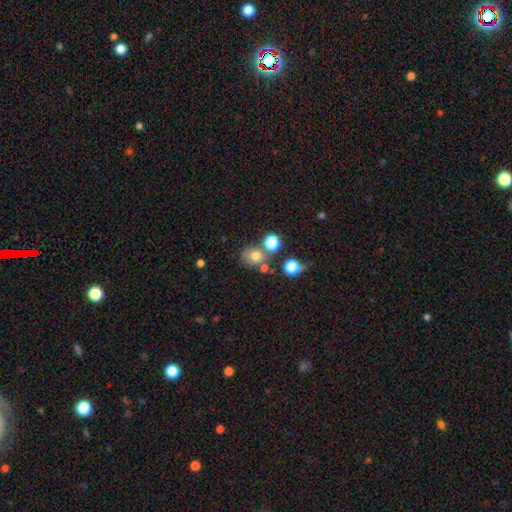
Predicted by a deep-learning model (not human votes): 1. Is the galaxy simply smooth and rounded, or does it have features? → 73% smooth, 16% star or artifact, 11% featured or disk.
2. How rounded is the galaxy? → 74% round, 25% in between, 1% cigar-shaped.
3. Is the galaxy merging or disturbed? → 58% none, 24% merger, 12% minor disturbance, 6% major disturbance.